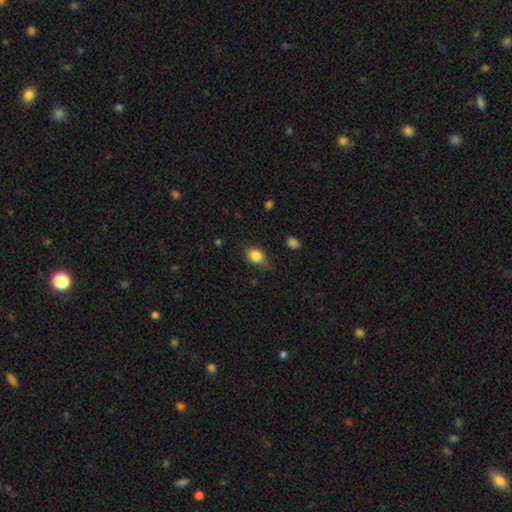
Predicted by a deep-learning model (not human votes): This is clearly a smooth galaxy (83%). How rounded: likely in between (62%). Merging: likely none (64%).